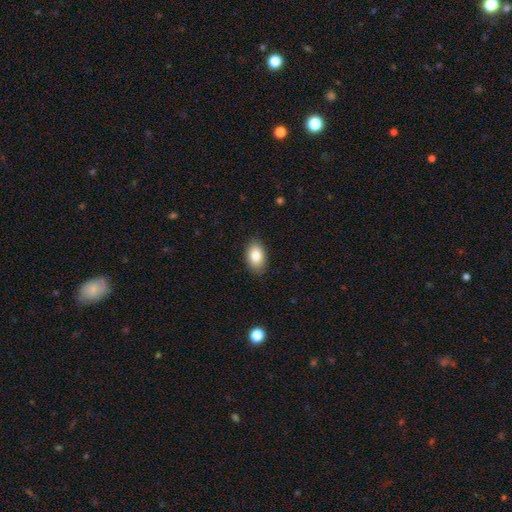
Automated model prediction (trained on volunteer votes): Smooth or featured?
  - smooth: 84% *
  - featured or disk: 9%
  - star or artifact: 7%
How rounded?
  - in between: 89% *
  - round: 10%
  - cigar-shaped: 1%
Merging?
  - none: 86% *
  - minor disturbance: 11%
  - major disturbance: 2%
  - merger: 1%